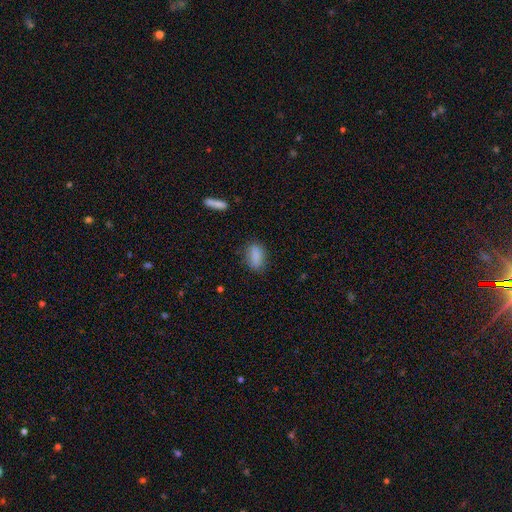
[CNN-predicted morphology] Smooth or featured: smooth — 85% (star or artifact — 8%)
How rounded: in between — 83% (cigar-shaped — 11%)
Merging: none — 76% (minor disturbance — 18%)